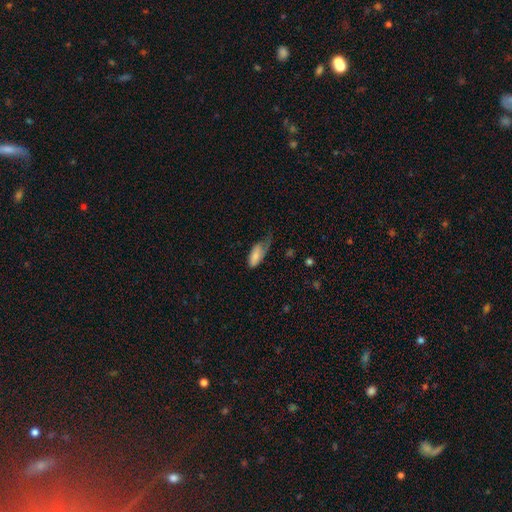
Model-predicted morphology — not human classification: Smooth or featured: smooth — 78% (featured or disk — 16%)
How rounded: in between — 87% (cigar-shaped — 11%)
Merging: minor disturbance — 36% (tied with major disturbance — 36%)